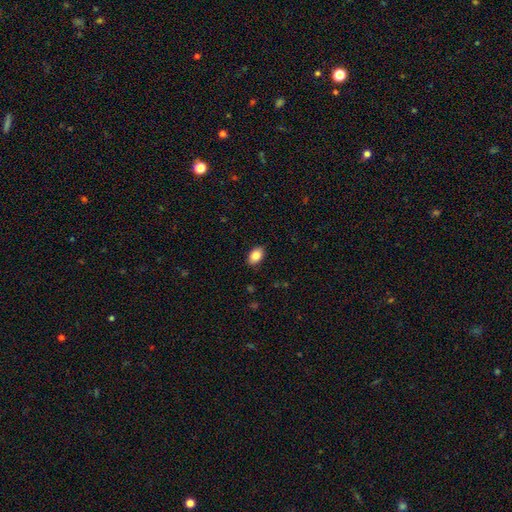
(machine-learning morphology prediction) Smooth or featured? Predicted: smooth (p=0.85). How rounded? Predicted: in between (p=0.88). Merging? Predicted: none (p=0.89).